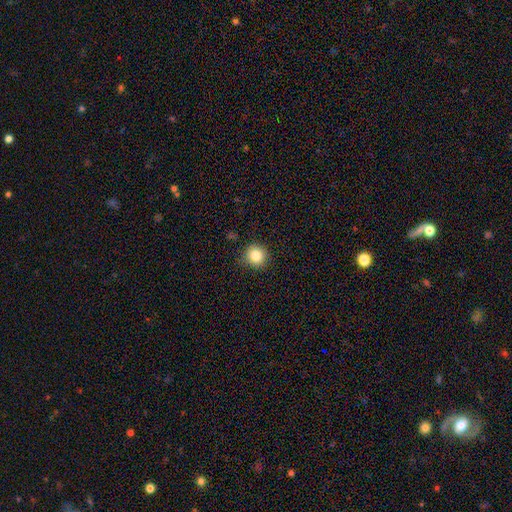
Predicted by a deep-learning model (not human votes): This is clearly a smooth galaxy (84%). How rounded: clearly round (91%). Merging: clearly none (87%).